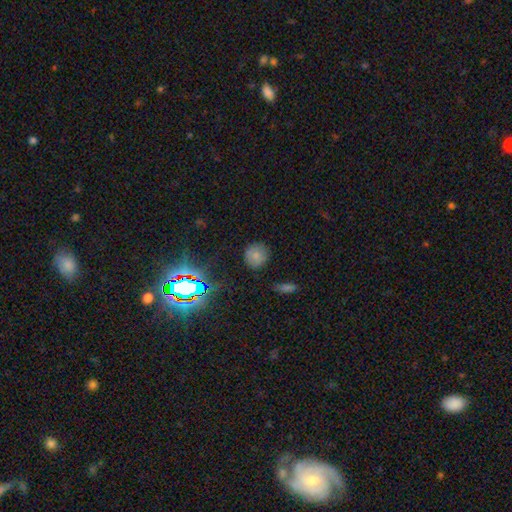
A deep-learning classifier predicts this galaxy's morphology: Smooth or featured? smooth (73%)
How rounded? round (90%)
Merging? none (84%)